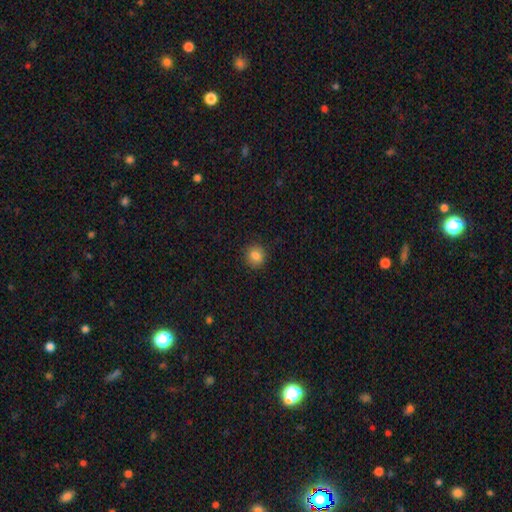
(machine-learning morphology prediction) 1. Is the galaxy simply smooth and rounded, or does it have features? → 84% smooth, 11% star or artifact, 5% featured or disk.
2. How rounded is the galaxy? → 88% round, 11% in between, 1% cigar-shaped.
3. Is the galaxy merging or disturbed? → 90% none, 7% minor disturbance, 2% major disturbance, 1% merger.